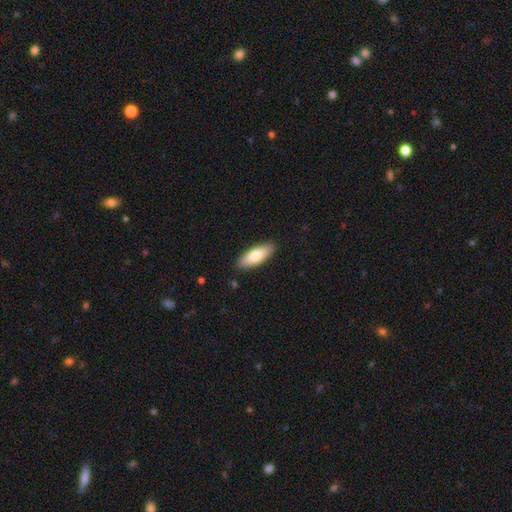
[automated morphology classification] The model was most divided on "how rounded": in between: 69%, cigar-shaped: 29%, round: 2%. More confident: merging — none (88%); smooth or featured — smooth (75%).